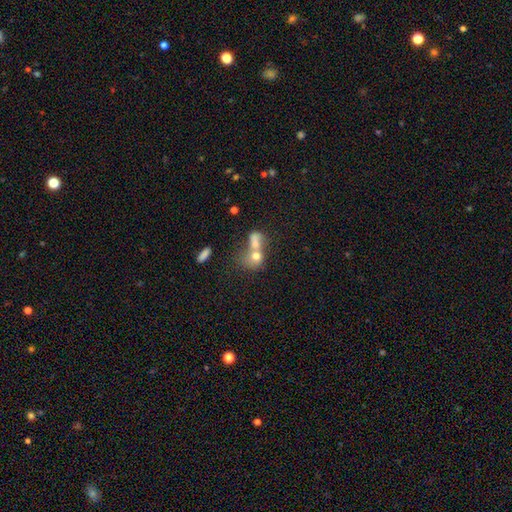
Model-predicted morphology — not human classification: Smooth or featured? Predicted: smooth (p=0.68). How rounded? Predicted: round (p=0.50). Merging? Predicted: merger (p=0.72).